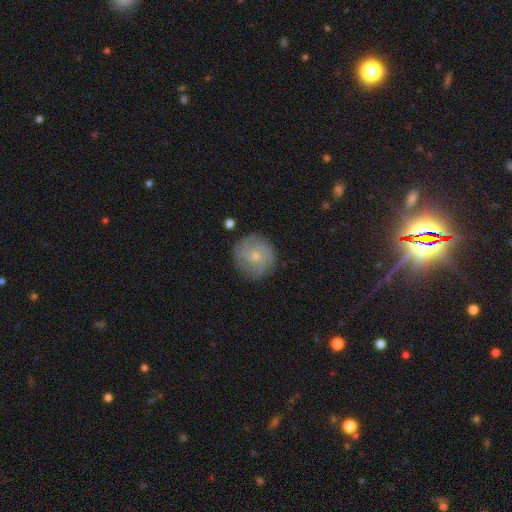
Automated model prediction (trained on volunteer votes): Morphology: type=featured or disk (65%); edge-on=no (98%); bar=no (78%); spiral arms=yes (87%); winding=tight (61%); arm count=can't tell (38%); bulge=small (72%); merging=none (81%).